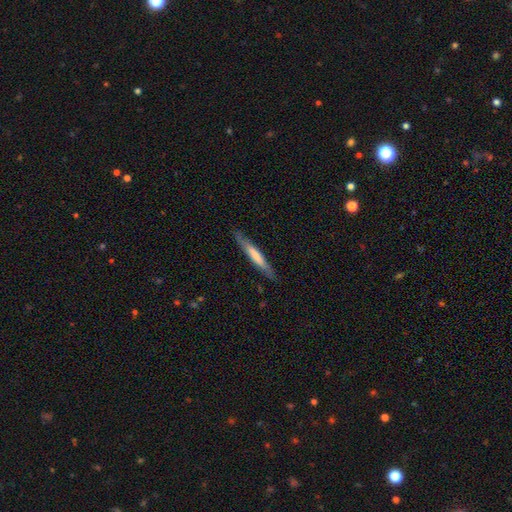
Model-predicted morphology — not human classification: Smooth or featured? Predicted: smooth (p=0.58). How rounded? Predicted: cigar-shaped (p=0.94). Merging? Predicted: none (p=0.85).